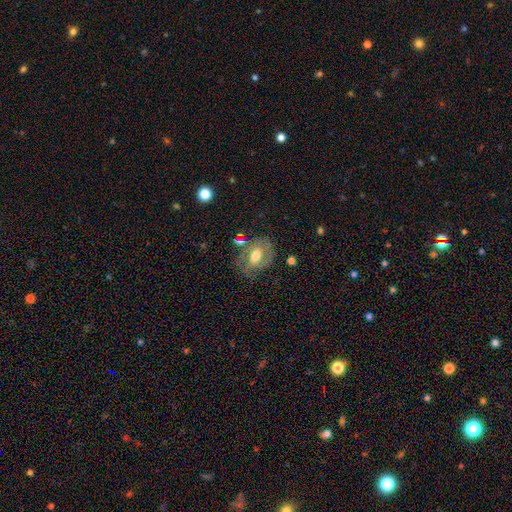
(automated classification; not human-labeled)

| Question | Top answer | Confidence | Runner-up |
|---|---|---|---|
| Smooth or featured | featured or disk | 59% | smooth (34%) |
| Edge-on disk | no | 94% | yes (6%) |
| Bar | no | 41% | tied: weak (41%) |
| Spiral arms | yes | 60% | no (40%) |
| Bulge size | moderate | 71% | large (16%) |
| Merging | none | 60% | minor disturbance (23%) |